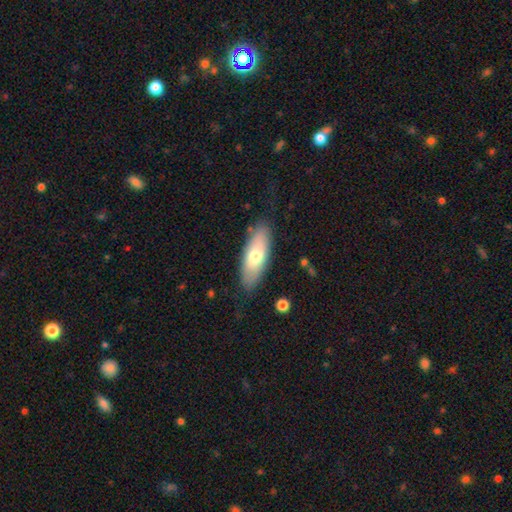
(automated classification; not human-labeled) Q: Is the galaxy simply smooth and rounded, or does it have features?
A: smooth — 66%.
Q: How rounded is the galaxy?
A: in between — 72%.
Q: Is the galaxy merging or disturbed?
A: none — 82%.